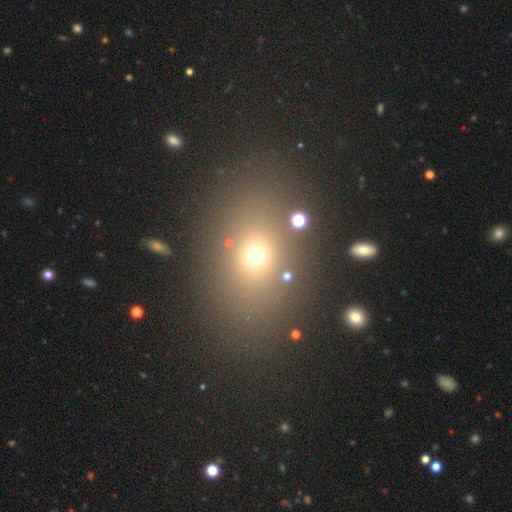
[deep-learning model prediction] smooth_or_featured: smooth (p=0.66) [alt: star or artifact p=0.21]
how_rounded: in between (p=0.57) [alt: round p=0.40]
merging: none (p=0.78) [alt: minor disturbance p=0.11]